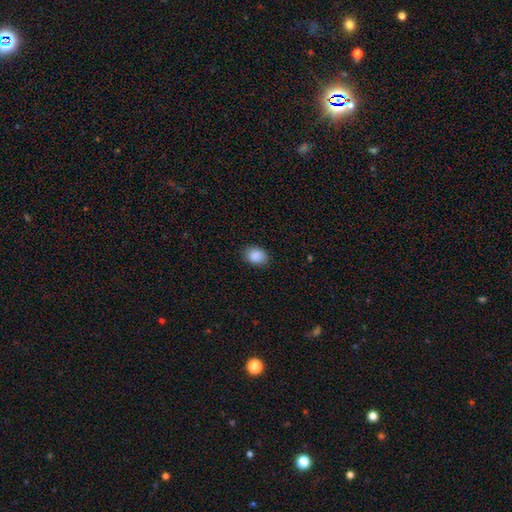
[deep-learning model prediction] The model was most divided on "how rounded": in between: 69%, round: 31%, cigar-shaped: 1%. More confident: smooth or featured — smooth (89%); merging — none (85%).